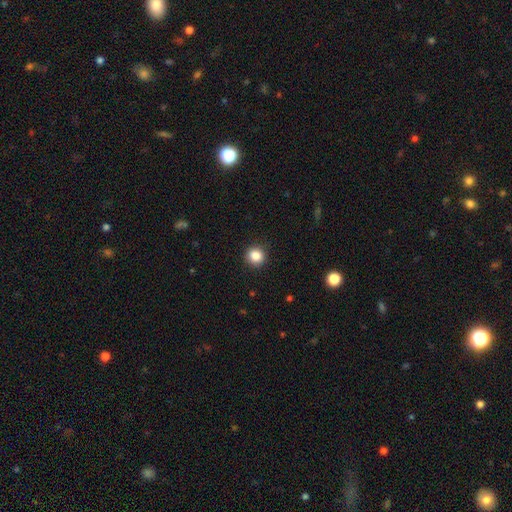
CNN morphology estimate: smooth-or-featured: smooth: 86% | star or artifact: 10% | featured or disk: 4%
  how-rounded: round: 91% | in between: 8% | cigar-shaped: 1%
  merging: none: 92% | minor disturbance: 5% | major disturbance: 2% | merger: 1%